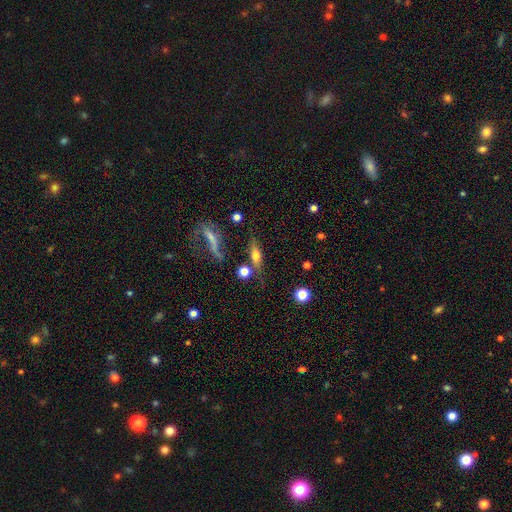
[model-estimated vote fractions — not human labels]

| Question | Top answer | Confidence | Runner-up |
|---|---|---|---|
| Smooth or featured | smooth | 46% | featured or disk (43%) |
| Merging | none | 62% | minor disturbance (16%) |